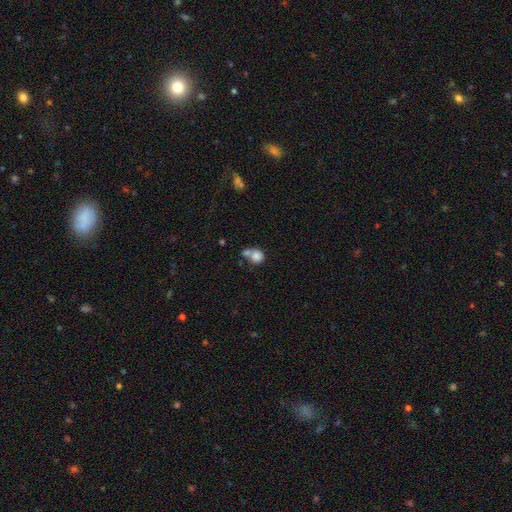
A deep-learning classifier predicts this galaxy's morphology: This appears to be a smooth galaxy with no disk features (81%) that is round (78%). Merging: merger (51%).